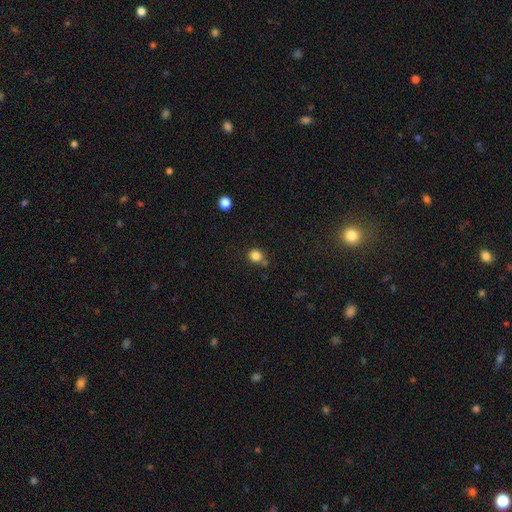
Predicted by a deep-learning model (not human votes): Smooth or featured?
  - smooth: 83% *
  - star or artifact: 12%
  - featured or disk: 5%
How rounded?
  - round: 80% *
  - in between: 19%
  - cigar-shaped: 1%
Merging?
  - none: 65% *
  - minor disturbance: 20%
  - merger: 10%
  - major disturbance: 5%